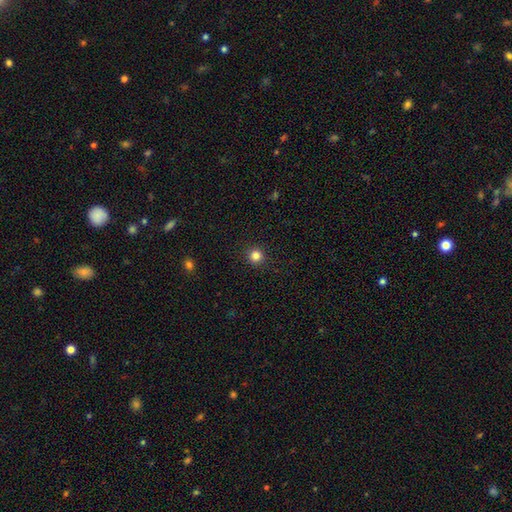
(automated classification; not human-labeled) Q: Smooth or featured?
A: smooth (83%); runner-up: star or artifact (12%)
Q: How rounded?
A: round (95%); runner-up: in between (4%)
Q: Merging?
A: none (92%); runner-up: minor disturbance (5%)